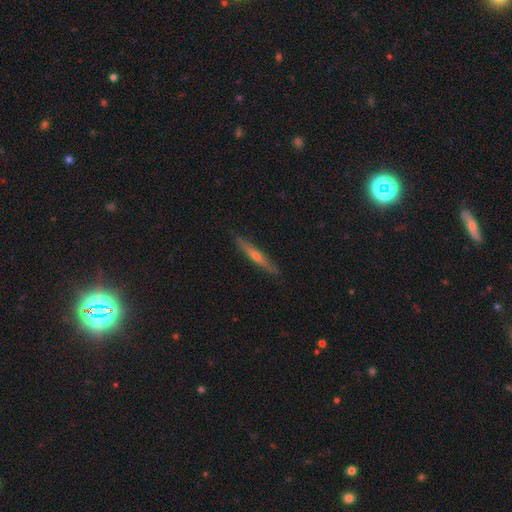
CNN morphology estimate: This is likely a featured or disk galaxy (66%). It is clearly viewed edge-on (96%). Edge-on bulge: likely rounded (77%). Merging: clearly none (88%).